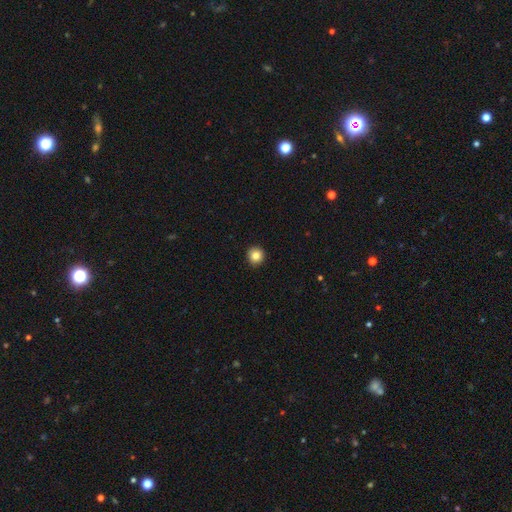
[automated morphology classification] This appears to be a smooth galaxy with no disk features (85%) that is round (94%). Merging: none (93%).